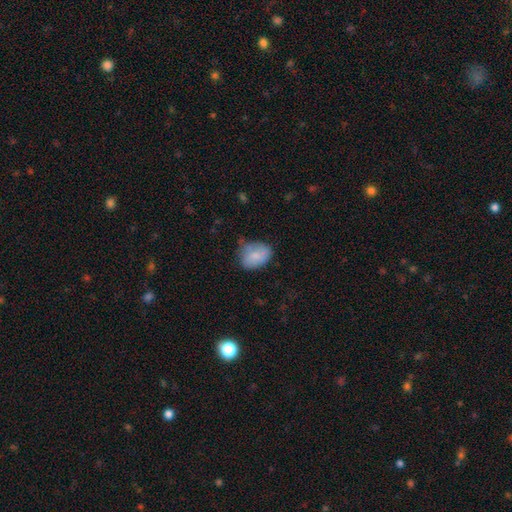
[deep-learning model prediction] The model was most divided on "merging": none: 52%, minor disturbance: 35%, major disturbance: 10%, merger: 3%. More confident: smooth or featured — smooth (78%); how rounded — in between (64%).